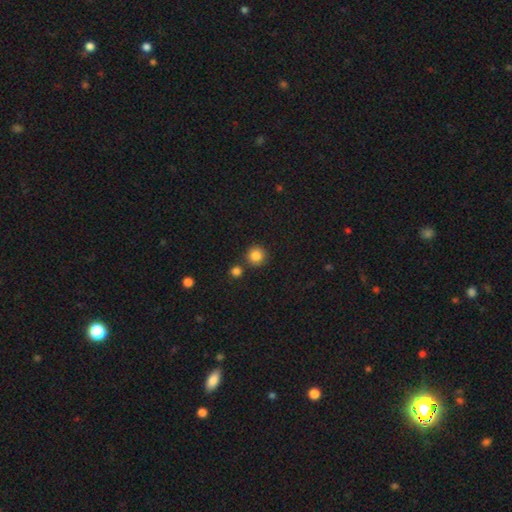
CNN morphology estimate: A smooth galaxy with no disk features (85%) that is round (93%).

Vote fractions:
- Smooth or featured? smooth: 85% / star or artifact: 11% / featured or disk: 5%
- How rounded? round: 93% / in between: 6% / cigar-shaped: 1%
- Merging? none: 82% / merger: 8% / minor disturbance: 8% / major disturbance: 2%